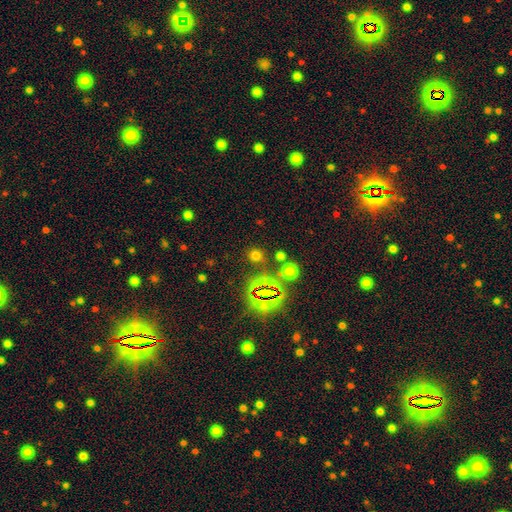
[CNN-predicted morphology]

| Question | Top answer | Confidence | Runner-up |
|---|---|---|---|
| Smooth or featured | smooth | 57% | star or artifact (36%) |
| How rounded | round | 85% | in between (14%) |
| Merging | none | 81% | minor disturbance (8%) |